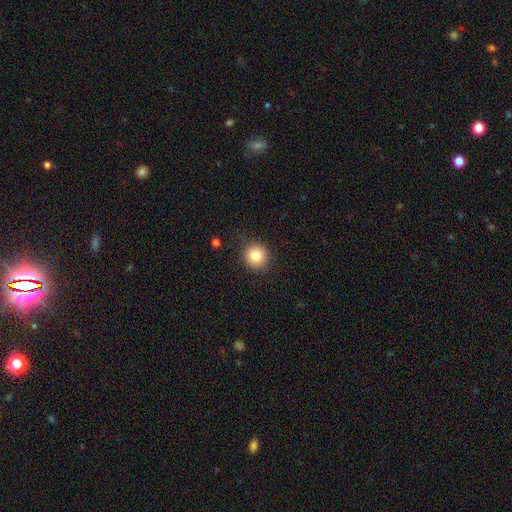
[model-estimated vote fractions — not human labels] This appears to be a smooth galaxy with no disk features (83%) that is round (92%). Merging: none (85%).